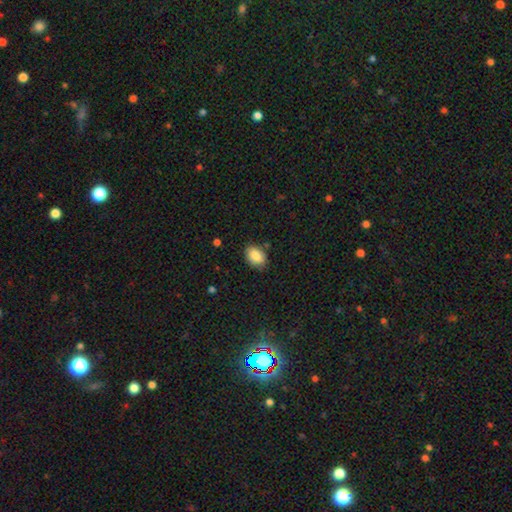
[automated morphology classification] type=smooth (84%); roundness=in between (84%); merging=none (80%).